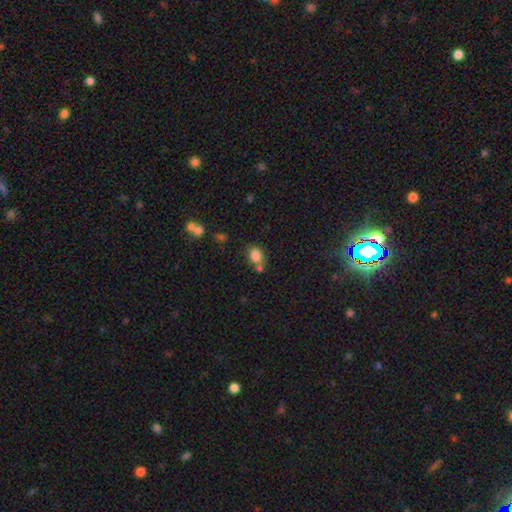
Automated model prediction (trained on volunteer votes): smooth-or-featured: smooth: 82% | star or artifact: 11% | featured or disk: 8%
  how-rounded: round: 51% | in between: 48% | cigar-shaped: 1%
  merging: none: 58% | merger: 25% | minor disturbance: 13% | major disturbance: 4%